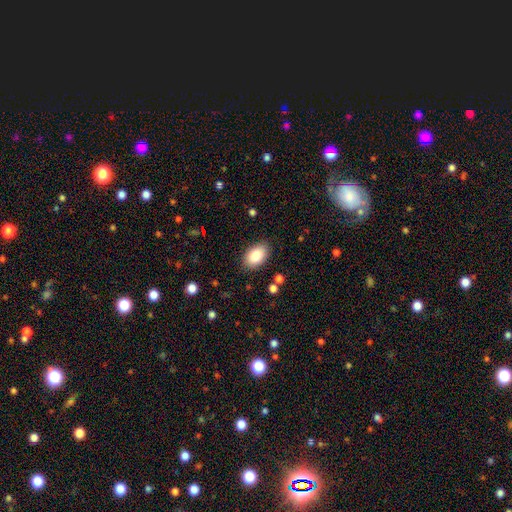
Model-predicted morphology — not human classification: smooth-or-featured: smooth: 84% | featured or disk: 9% | star or artifact: 7%
  how-rounded: in between: 89% | round: 9% | cigar-shaped: 1%
  merging: none: 86% | minor disturbance: 10% | major disturbance: 3% | merger: 1%